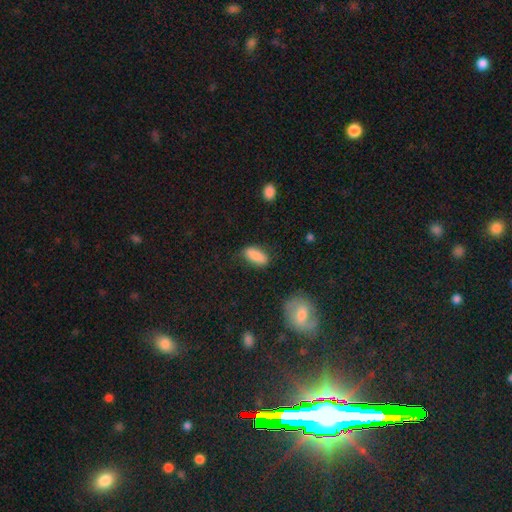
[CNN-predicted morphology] A smooth galaxy with no disk features (87%) that is in between round and cigar-shaped (85%).

Vote fractions:
- Smooth or featured? smooth: 87% / star or artifact: 7% / featured or disk: 6%
- How rounded? in between: 85% / cigar-shaped: 12% / round: 3%
- Merging? none: 76% / minor disturbance: 17% / major disturbance: 4% / merger: 2%